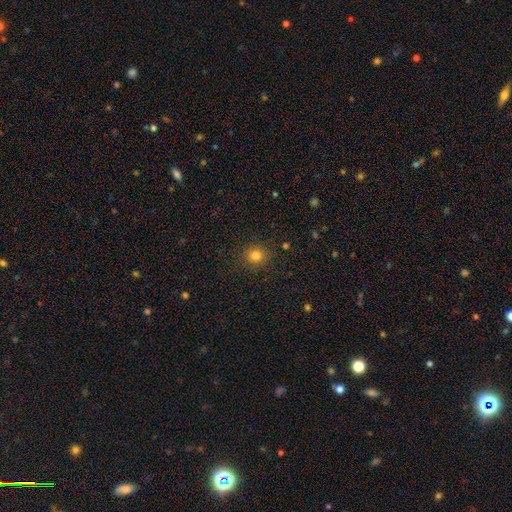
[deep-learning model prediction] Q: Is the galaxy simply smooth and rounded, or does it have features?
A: smooth — 80%.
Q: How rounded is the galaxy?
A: round — 88%.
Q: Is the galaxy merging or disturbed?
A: none — 88%.